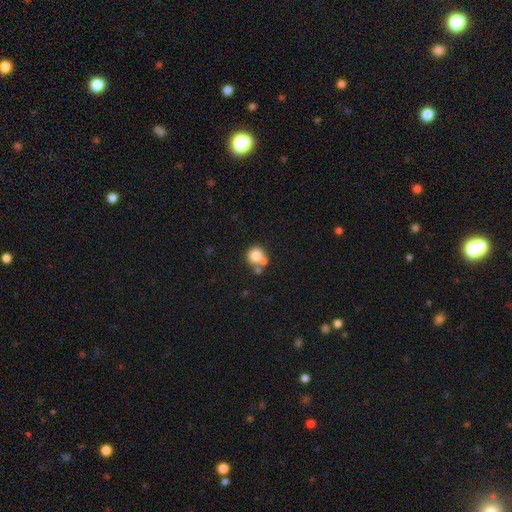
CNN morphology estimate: type=smooth (77%); roundness=round (89%); merging=none (51%).